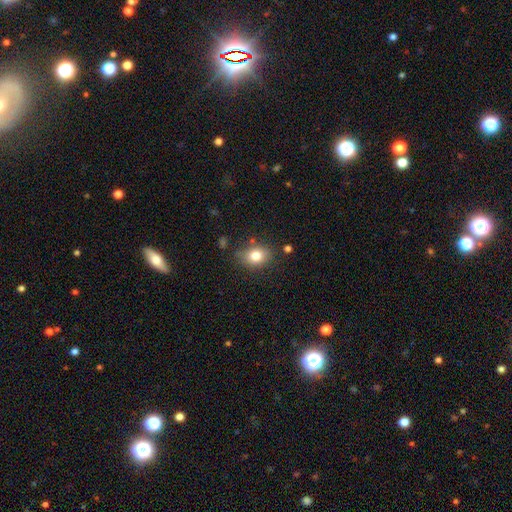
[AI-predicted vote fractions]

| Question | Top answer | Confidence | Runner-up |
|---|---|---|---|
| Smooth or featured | smooth | 80% | star or artifact (10%) |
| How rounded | in between | 61% | round (38%) |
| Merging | none | 78% | minor disturbance (15%) |